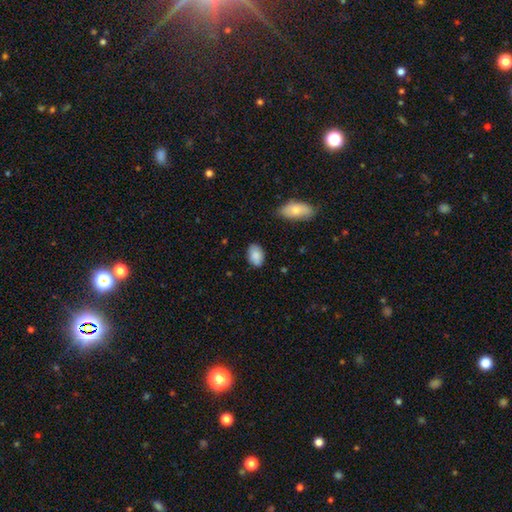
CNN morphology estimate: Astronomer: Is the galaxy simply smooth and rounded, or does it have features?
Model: smooth — 86%.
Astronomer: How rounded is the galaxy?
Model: in between — 88%.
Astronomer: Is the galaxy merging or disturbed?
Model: none — 80%.